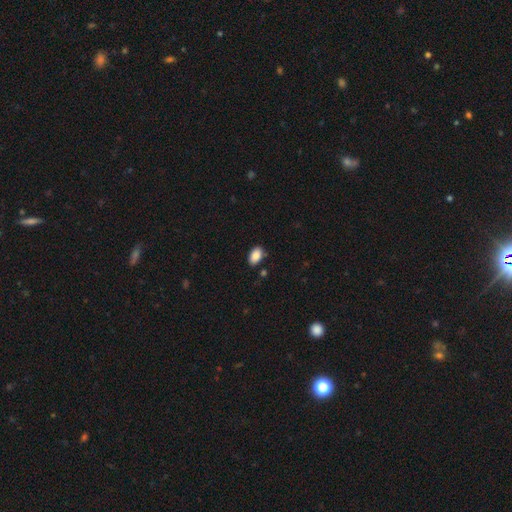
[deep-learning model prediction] The model was most divided on "merging": none: 84%, minor disturbance: 11%, major disturbance: 2%, merger: 2%. More confident: how rounded — in between (92%); smooth or featured — smooth (88%).